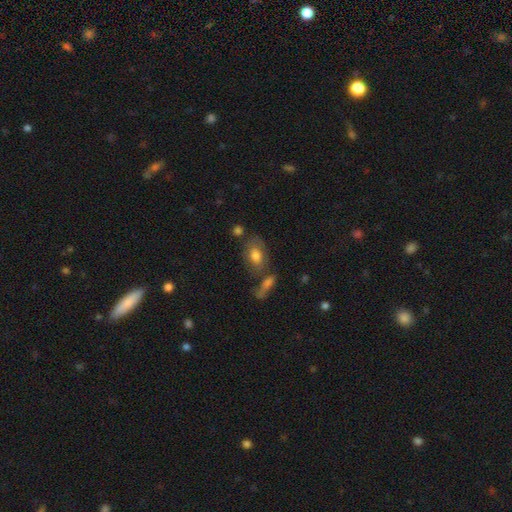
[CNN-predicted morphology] smooth 70%, featured or disk 22%, star or artifact 8%. Down the decision tree: how rounded — in between (84%); merging — none (55%).